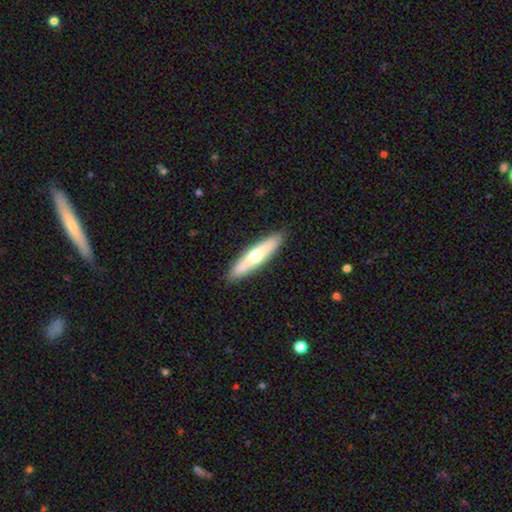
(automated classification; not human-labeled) The model was most divided on "smooth or featured": smooth: 50%, featured or disk: 45%, star or artifact: 5%. More confident: merging — none (90%).